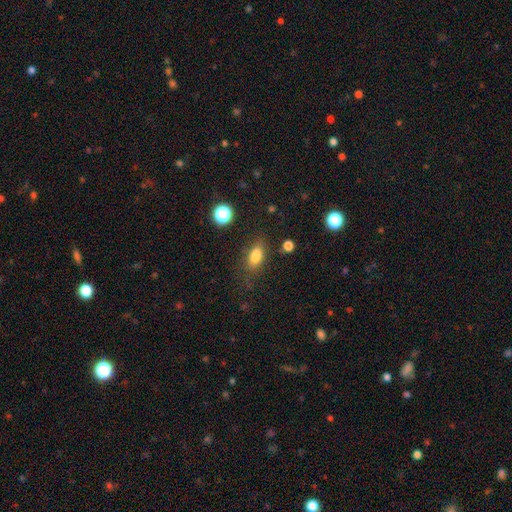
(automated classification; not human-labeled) A smooth galaxy with no disk features (81%) that is in between round and cigar-shaped (83%).

Vote fractions:
- Smooth or featured? smooth: 81% / star or artifact: 10% / featured or disk: 8%
- How rounded? in between: 83% / round: 10% / cigar-shaped: 8%
- Merging? none: 74% / minor disturbance: 16% / major disturbance: 7% / merger: 3%